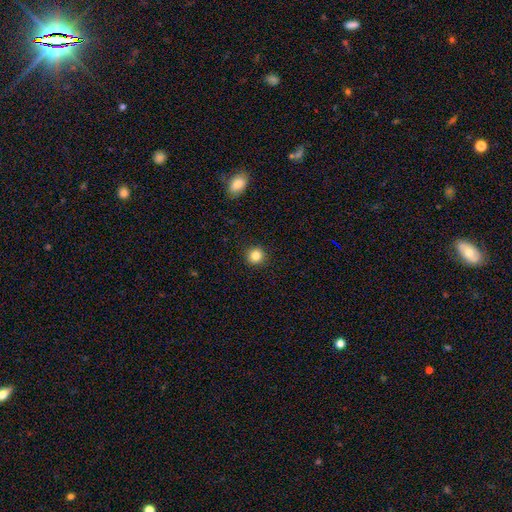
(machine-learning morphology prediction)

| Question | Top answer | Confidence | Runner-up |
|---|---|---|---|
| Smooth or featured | smooth | 84% | star or artifact (11%) |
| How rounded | round | 92% | in between (7%) |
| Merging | none | 92% | minor disturbance (5%) |